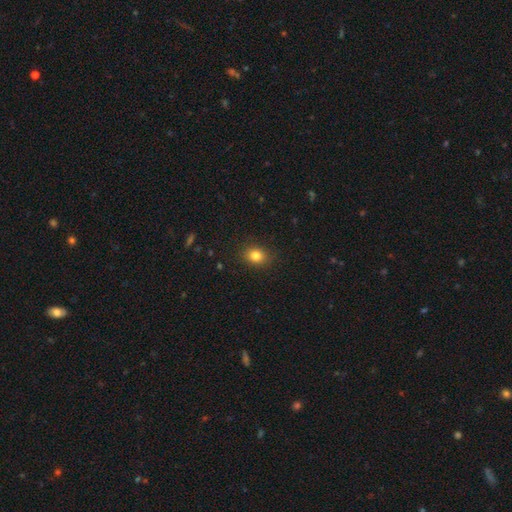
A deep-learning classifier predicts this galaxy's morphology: smooth 82%, star or artifact 11%, featured or disk 6%. Down the decision tree: how rounded — round (51%); merging — none (87%).